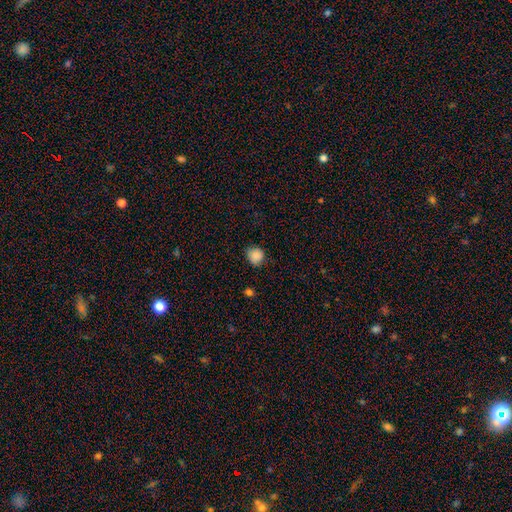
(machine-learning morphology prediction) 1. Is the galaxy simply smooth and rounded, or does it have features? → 87% smooth, 10% star or artifact, 3% featured or disk.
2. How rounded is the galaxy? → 86% round, 13% in between, 1% cigar-shaped.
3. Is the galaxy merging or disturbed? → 79% none, 17% minor disturbance, 3% major disturbance, 1% merger.